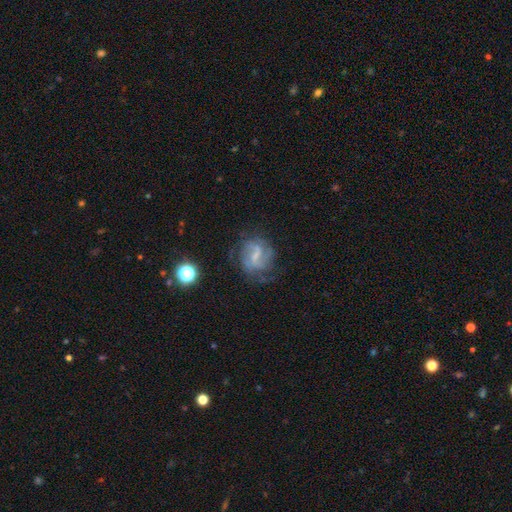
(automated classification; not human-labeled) Smooth or featured? Predicted: featured or disk (p=0.74). Edge-on disk? Predicted: no (p=0.97). Bar? Predicted: weak (p=0.56). Spiral arms? Predicted: yes (p=0.87). Spiral winding? Predicted: medium (p=0.45). Spiral arm count? Predicted: 2 (p=0.50). Bulge size? Predicted: small (p=0.46). Merging? Predicted: none (p=0.62).